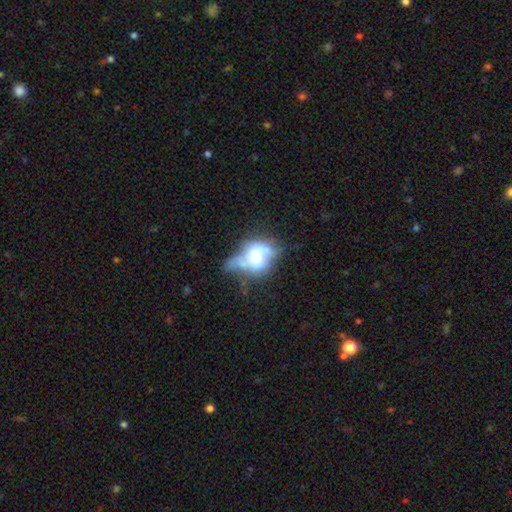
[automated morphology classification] Smooth or featured? featured or disk (53%)
Edge-on disk? no (86%)
Merging? major disturbance (32%)